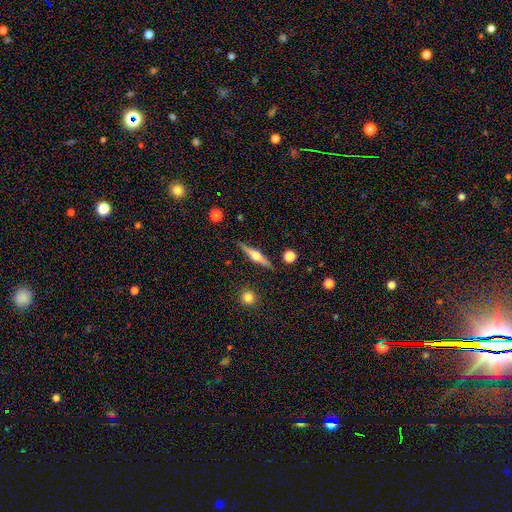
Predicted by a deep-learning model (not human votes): smooth-or-featured: featured or disk: 65% | smooth: 29% | star or artifact: 6%
  disk-edge-on: yes: 97% | no: 3%
    edge-on-bulge: rounded: 91% | boxy: 6% | none: 3%
  merging: none: 87% | minor disturbance: 9% | merger: 2% | major disturbance: 2%